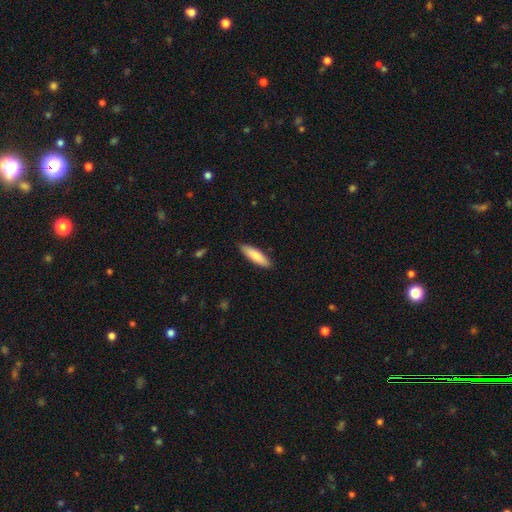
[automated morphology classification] Q: Smooth or featured?
A: smooth (80%); runner-up: featured or disk (15%)
Q: How rounded?
A: cigar-shaped (65%); runner-up: in between (34%)
Q: Merging?
A: none (88%); runner-up: minor disturbance (9%)